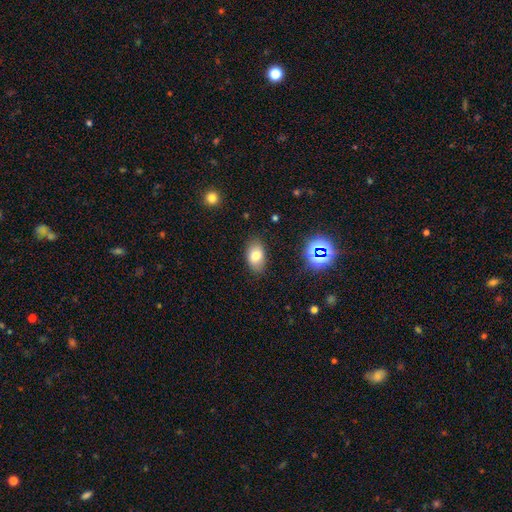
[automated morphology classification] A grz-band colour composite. It shows a smooth galaxy with no disk features (77%) that is in between round and cigar-shaped (89%). Merging: none (84%).